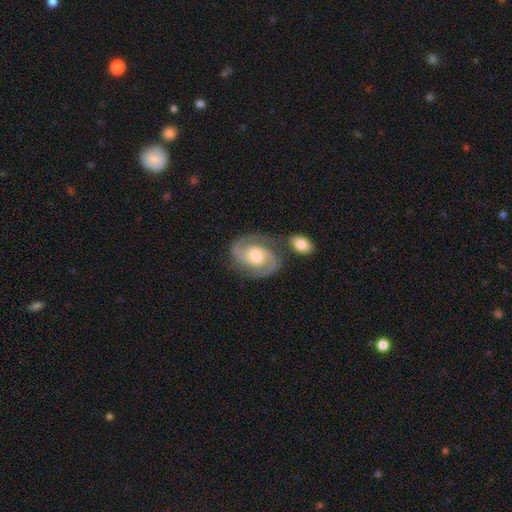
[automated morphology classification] type=featured or disk (90%); edge-on=no (98%); bar=no (50%); spiral arms=yes (98%); winding=medium (53%); arm count=2 (93%); bulge=moderate (63%); merging=none (76%).